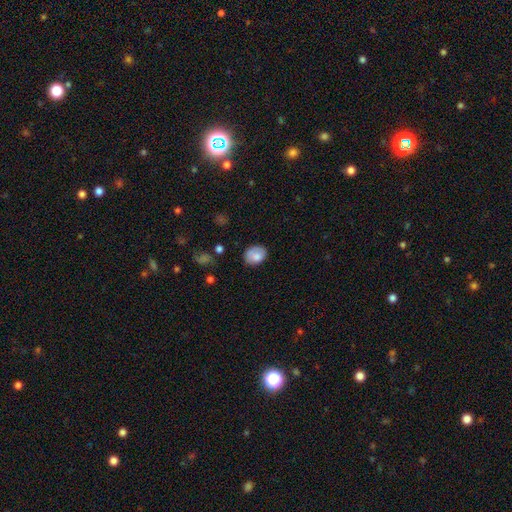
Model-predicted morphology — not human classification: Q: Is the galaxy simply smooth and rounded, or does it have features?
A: smooth — 80%.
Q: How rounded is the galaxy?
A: in between — 61%.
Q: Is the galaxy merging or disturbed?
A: none — 69%.